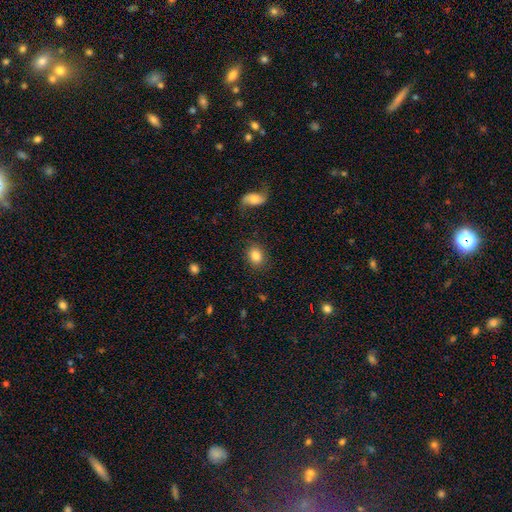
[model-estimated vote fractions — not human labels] Smooth or featured: smooth — 84% (star or artifact — 9%)
How rounded: round — 50% (in between — 49%)
Merging: none — 86% (minor disturbance — 9%)